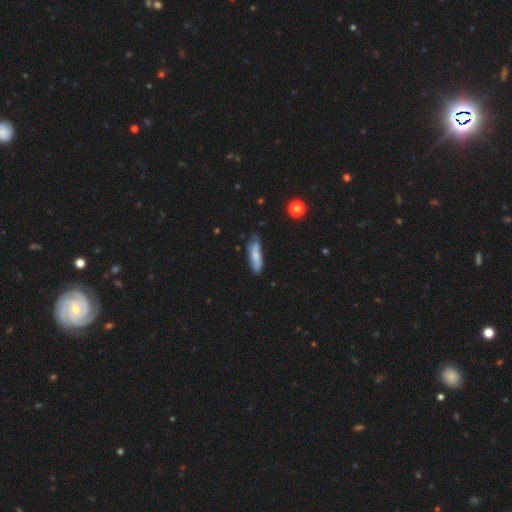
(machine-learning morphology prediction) Overall: smooth (71%). How rounded: cigar-shaped (62%; in between 36%). Merging: none (60%; minor disturbance 30%).